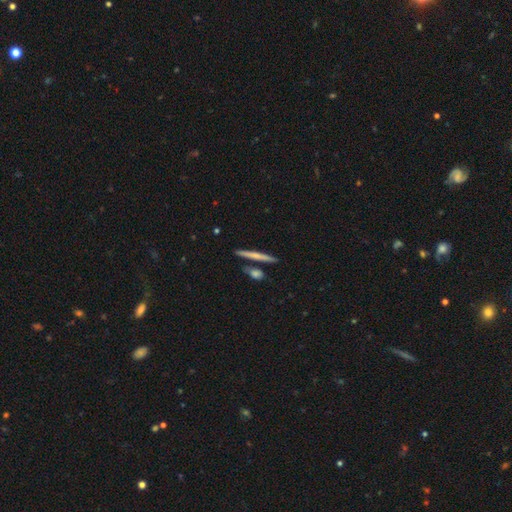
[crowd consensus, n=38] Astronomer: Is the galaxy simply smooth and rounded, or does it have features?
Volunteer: smooth — 53% (runner-up: featured or disk, 39%).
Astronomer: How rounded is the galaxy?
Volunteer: cigar-shaped — 95%.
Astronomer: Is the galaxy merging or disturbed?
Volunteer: none — 63%.